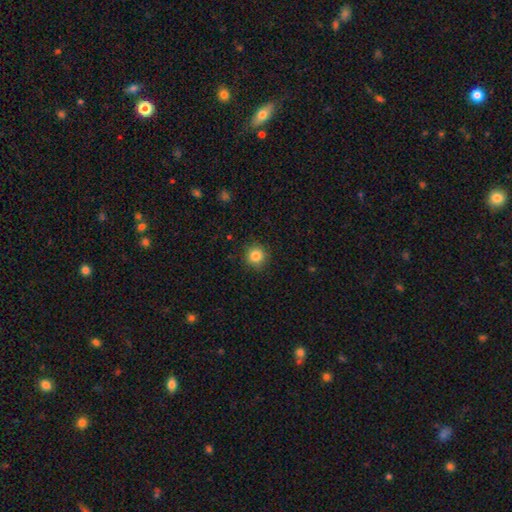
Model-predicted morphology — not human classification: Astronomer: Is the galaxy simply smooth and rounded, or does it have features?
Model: smooth — 84%.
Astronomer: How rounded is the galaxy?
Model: round — 95%.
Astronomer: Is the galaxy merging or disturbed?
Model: none — 90%.